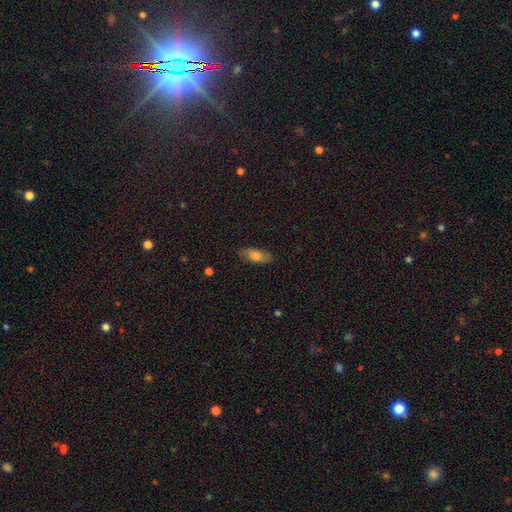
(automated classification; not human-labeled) A smooth galaxy with no disk features (72%) that is in between round and cigar-shaped (79%). Merging: none (83%).